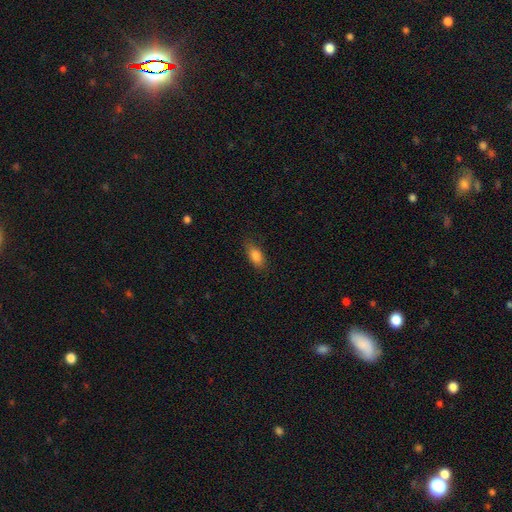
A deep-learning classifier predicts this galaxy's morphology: Q: Smooth or featured?
A: smooth (84%); runner-up: featured or disk (8%)
Q: How rounded?
A: in between (86%); runner-up: cigar-shaped (10%)
Q: Merging?
A: none (80%); runner-up: minor disturbance (15%)